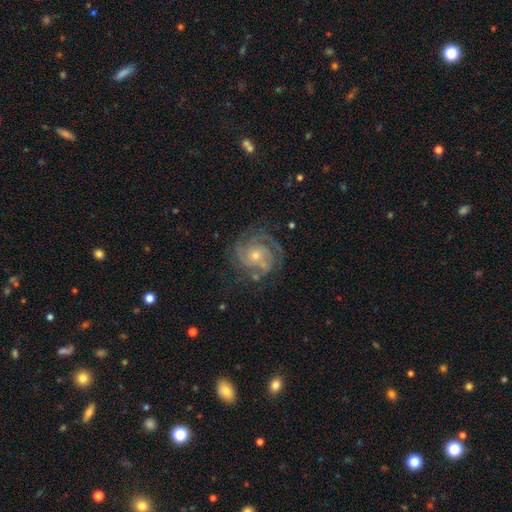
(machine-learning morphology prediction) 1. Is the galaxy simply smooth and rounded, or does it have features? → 88% featured or disk, 6% star or artifact, 6% smooth.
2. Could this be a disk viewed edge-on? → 98% no, 2% yes.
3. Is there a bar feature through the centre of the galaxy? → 73% no, 21% weak, 5% strong.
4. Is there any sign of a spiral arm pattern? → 98% yes, 2% no.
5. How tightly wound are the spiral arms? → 69% tight, 26% medium, 4% loose.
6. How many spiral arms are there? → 38% 3, 21% 2, 16% can't tell, 14% 4, 6% more than 4, 6% 1.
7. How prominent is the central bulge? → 57% small, 40% moderate, 2% large, 1% none, 1% dominant.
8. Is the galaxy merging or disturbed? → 75% none, 16% minor disturbance, 7% major disturbance, 2% merger.